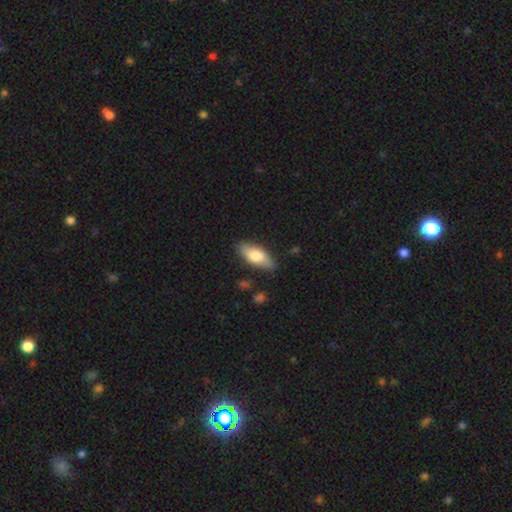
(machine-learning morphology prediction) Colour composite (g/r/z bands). It shows a smooth galaxy with no disk features (70%) that is in between round and cigar-shaped (79%). Merging: none (82%).